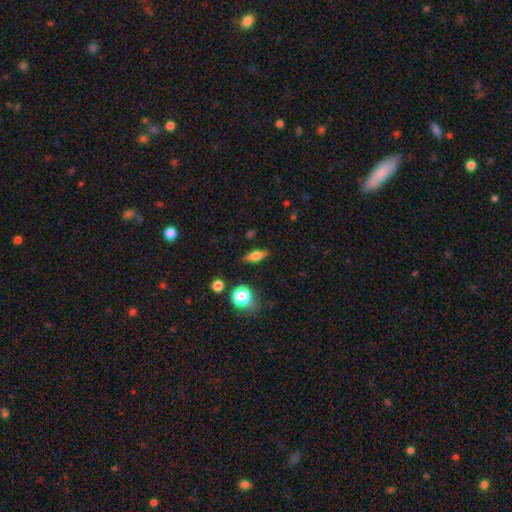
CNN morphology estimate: This appears to be a smooth galaxy with no disk features (58%) that is in between round and cigar-shaped (58%). Merging: none (84%).